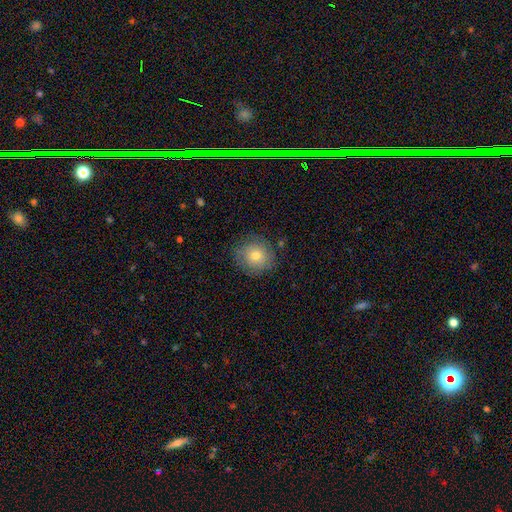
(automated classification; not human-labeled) Smooth or featured: smooth — 76% (featured or disk — 15%)
How rounded: round — 87% (in between — 12%)
Merging: none — 83% (minor disturbance — 12%)